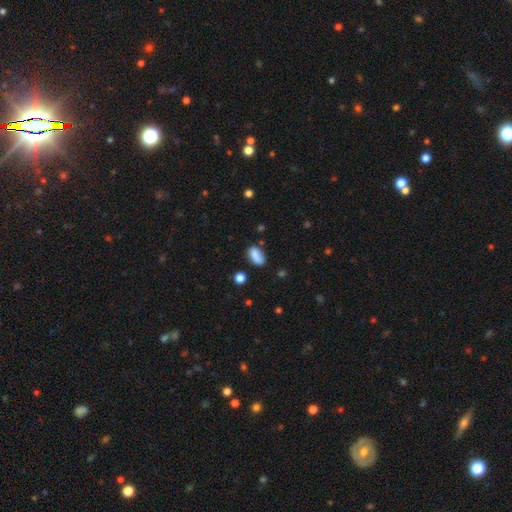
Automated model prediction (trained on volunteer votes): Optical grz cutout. It shows a smooth galaxy with no disk features (80%) that is in between round and cigar-shaped (88%). Merging: none (61%).